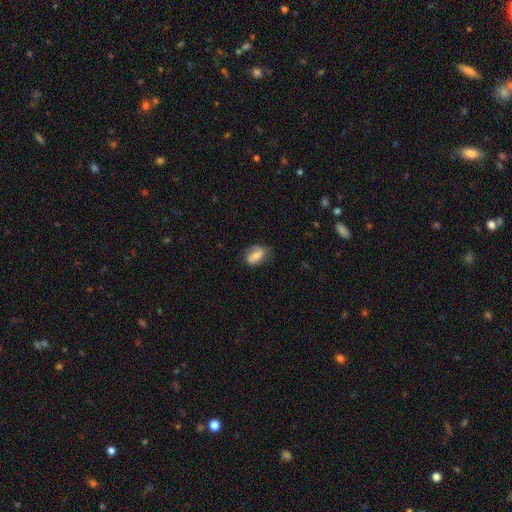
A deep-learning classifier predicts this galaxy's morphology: type=smooth (48%); merging=none (65%).